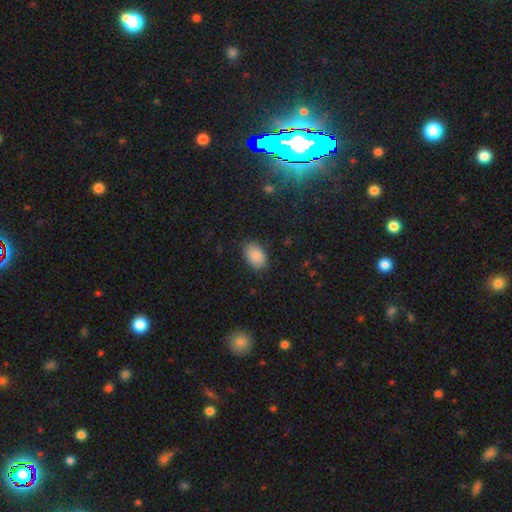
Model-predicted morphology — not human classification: smooth_or_featured: smooth (p=0.88) [alt: star or artifact p=0.08]
how_rounded: in between (p=0.88) [alt: round p=0.11]
merging: none (p=0.84) [alt: minor disturbance p=0.12]